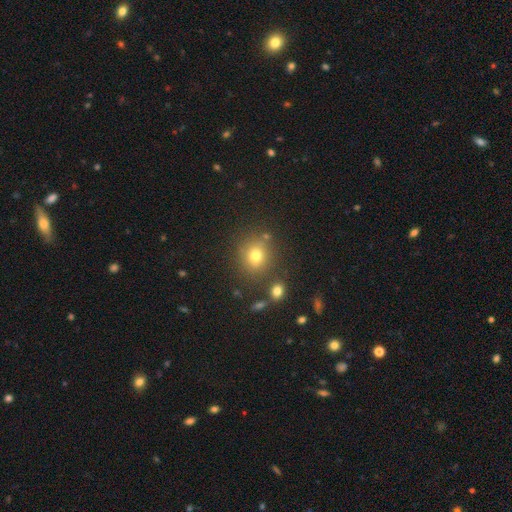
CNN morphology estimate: This appears to be a smooth galaxy with no disk features (74%) that is round (83%). Merging: none (79%).